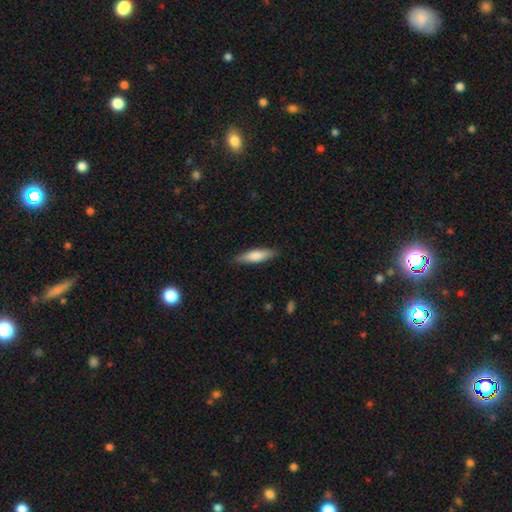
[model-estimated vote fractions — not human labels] This appears to be a smooth galaxy with no disk features (76%) that is cigar-shaped (67%). Merging: none (87%).